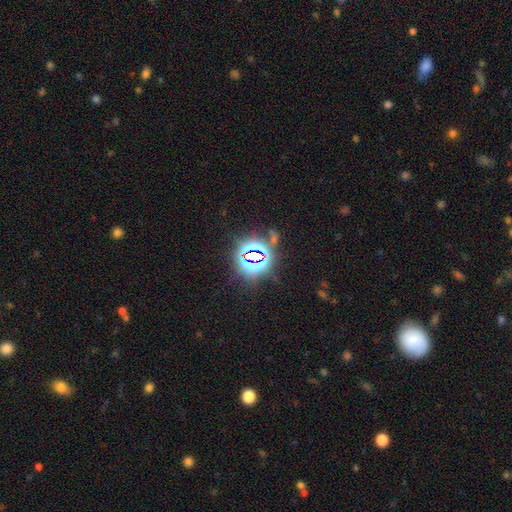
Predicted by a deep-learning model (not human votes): smooth_or_featured: star or artifact (p=0.78) [alt: smooth p=0.13]